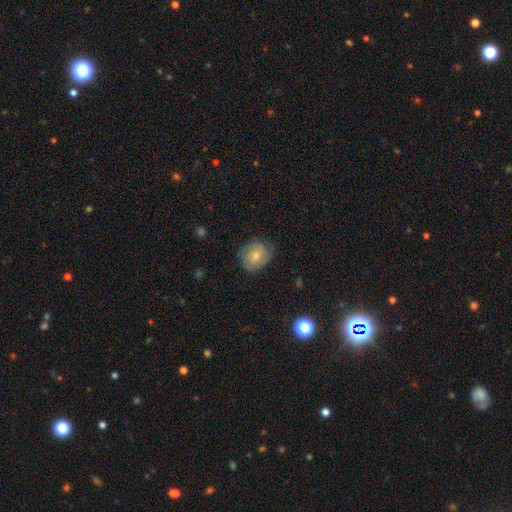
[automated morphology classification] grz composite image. It shows a smooth galaxy with no disk features (70%) that is round (61%). Merging: none (72%).